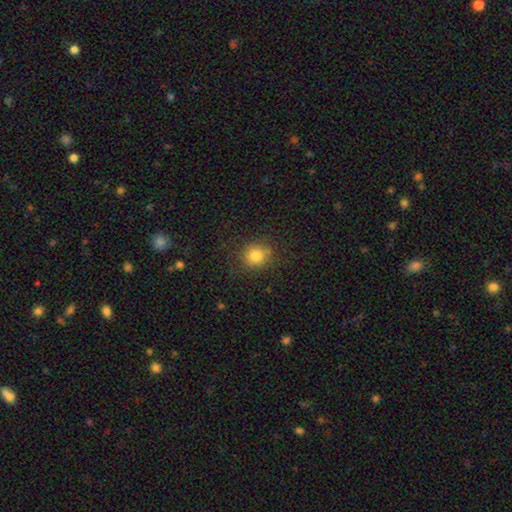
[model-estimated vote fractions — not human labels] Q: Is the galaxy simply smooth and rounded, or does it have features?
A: smooth — 81%.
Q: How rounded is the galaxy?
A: round — 84%.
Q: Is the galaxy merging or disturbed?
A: none — 79%.